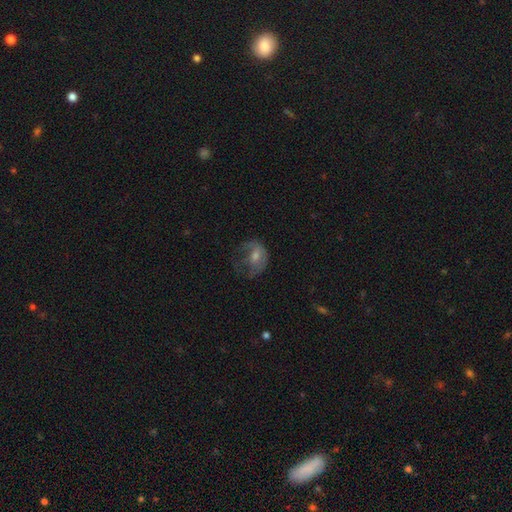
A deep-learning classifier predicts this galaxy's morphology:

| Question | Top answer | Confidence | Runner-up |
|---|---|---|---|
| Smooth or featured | featured or disk | 49% | smooth (39%) |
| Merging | major disturbance | 37% | tied: none (37%) |